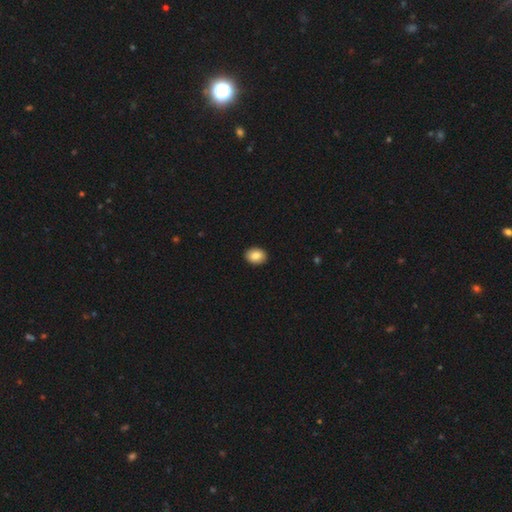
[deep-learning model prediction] This is clearly a smooth galaxy (86%). How rounded: likely in between (64%). Merging: clearly none (92%).